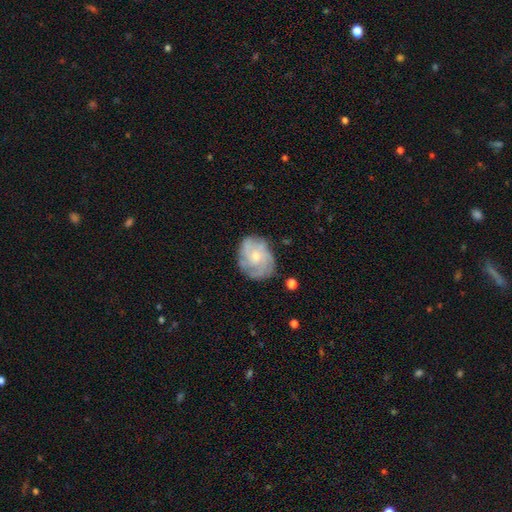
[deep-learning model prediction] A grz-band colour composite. It shows a featured or disk galaxy (66%) with no bar (77%), tight (50%) spiral arms (88%) and a small central bulge (55%). Merging: none (73%).